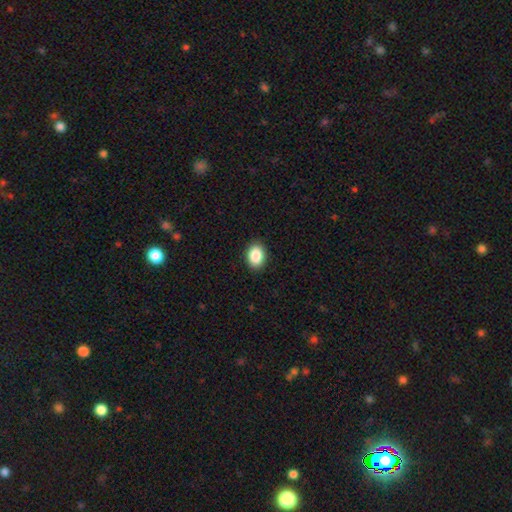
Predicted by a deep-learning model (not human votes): smooth 88%, star or artifact 8%, featured or disk 4%. Down the decision tree: how rounded — in between (73%); merging — none (90%).